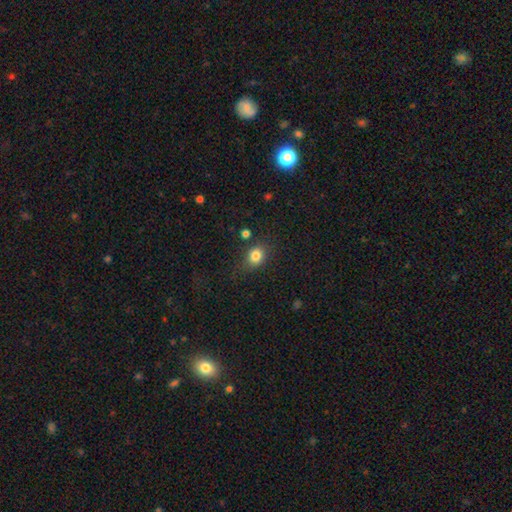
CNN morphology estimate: A smooth galaxy with no disk features (82%) that is round (59%).

Vote fractions:
- Smooth or featured? smooth: 82% / star or artifact: 12% / featured or disk: 7%
- How rounded? round: 59% / in between: 39% / cigar-shaped: 1%
- Merging? none: 74% / minor disturbance: 16% / major disturbance: 6% / merger: 4%